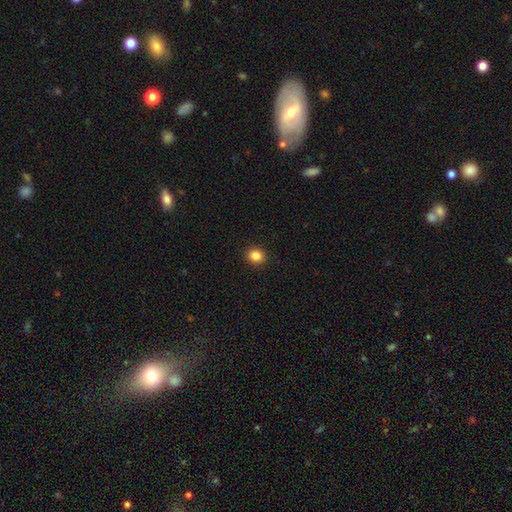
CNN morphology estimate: Smooth or featured? Predicted: smooth (p=0.86). How rounded? Predicted: round (p=0.78). Merging? Predicted: none (p=0.92).